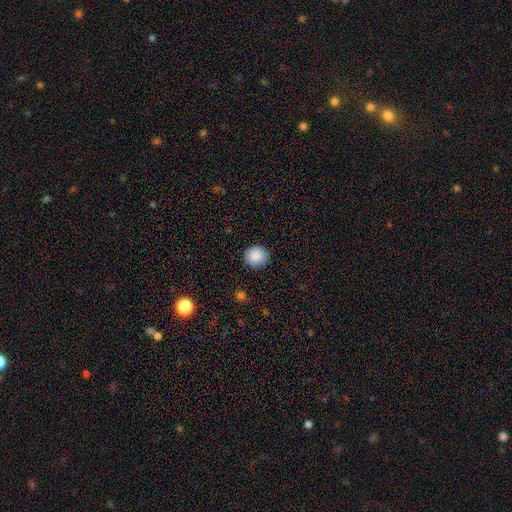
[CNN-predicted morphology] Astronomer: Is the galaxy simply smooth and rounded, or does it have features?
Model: smooth — 88%.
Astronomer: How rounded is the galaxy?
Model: round — 91%.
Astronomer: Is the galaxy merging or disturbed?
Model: none — 90%.